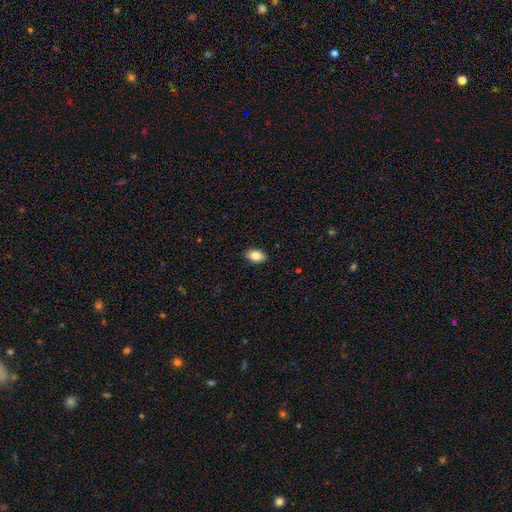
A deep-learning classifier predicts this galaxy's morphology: smooth-or-featured: smooth: 85% | featured or disk: 8% | star or artifact: 7%
  how-rounded: in between: 91% | round: 8% | cigar-shaped: 2%
  merging: none: 89% | minor disturbance: 8% | major disturbance: 2% | merger: 1%